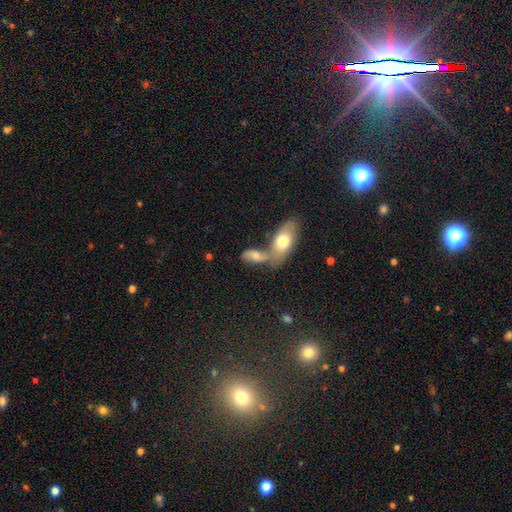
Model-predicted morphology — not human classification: Overall: smooth (63%; featured or disk 28%). How rounded: in between (84%). Merging: merger (62%; none 24%).